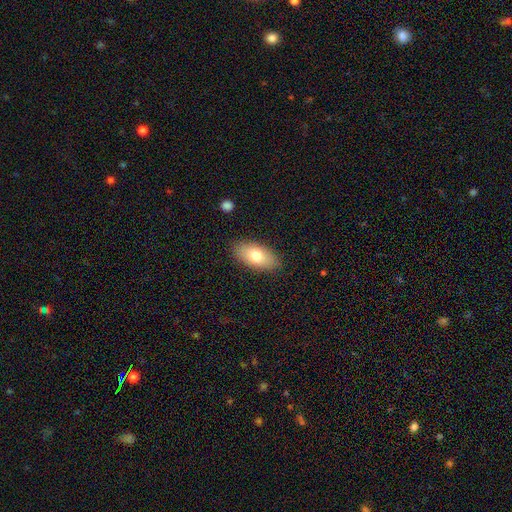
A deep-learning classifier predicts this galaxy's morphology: A smooth galaxy with no disk features (76%) that is in between round and cigar-shaped (92%).

Vote fractions:
- Smooth or featured? smooth: 76% / featured or disk: 17% / star or artifact: 7%
- How rounded? in between: 92% / cigar-shaped: 5% / round: 3%
- Merging? none: 86% / minor disturbance: 10% / major disturbance: 2% / merger: 1%